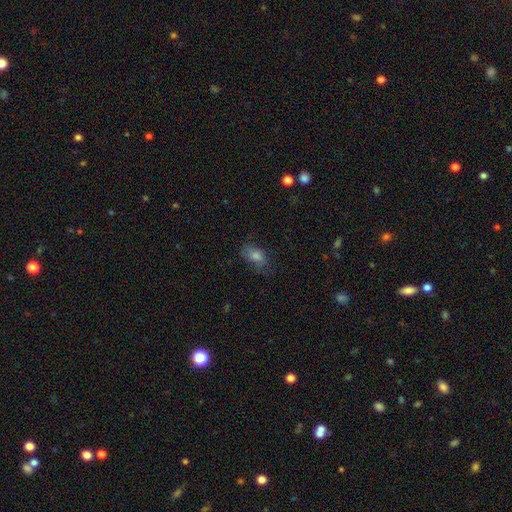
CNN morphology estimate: smooth_or_featured: smooth (p=0.64) [alt: featured or disk p=0.19]
how_rounded: in between (p=0.83) [alt: round p=0.13]
merging: none (p=0.65) [alt: minor disturbance p=0.23]